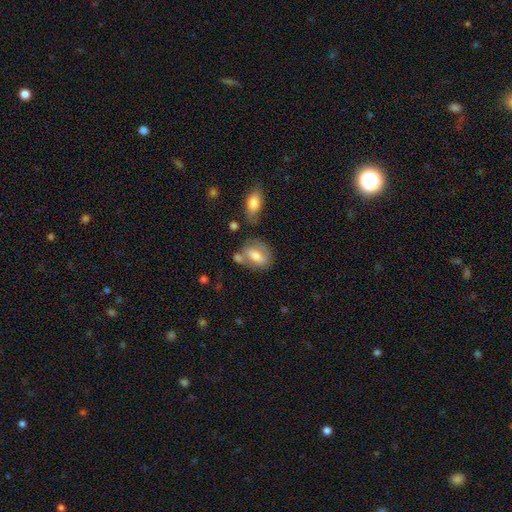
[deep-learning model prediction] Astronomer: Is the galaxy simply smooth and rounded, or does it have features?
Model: smooth — 62%.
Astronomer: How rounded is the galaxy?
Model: in between — 78%.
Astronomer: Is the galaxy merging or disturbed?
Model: none — 50%.